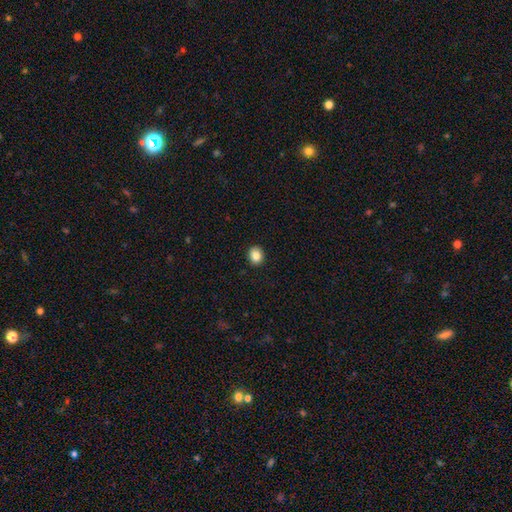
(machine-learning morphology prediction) smooth 86%, star or artifact 9%, featured or disk 4%. Down the decision tree: how rounded — round (63%); merging — none (91%).